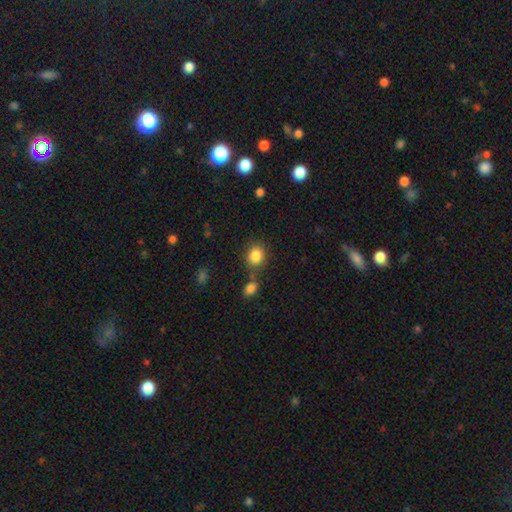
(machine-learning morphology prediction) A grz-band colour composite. It shows a smooth galaxy with no disk features (85%) that is round (53%). Merging: none (72%).